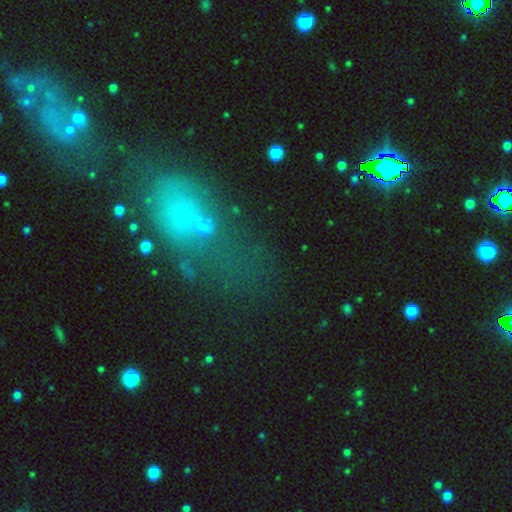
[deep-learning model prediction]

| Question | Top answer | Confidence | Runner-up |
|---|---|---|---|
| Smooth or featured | smooth | 43% | star or artifact (30%) |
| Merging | none | 42% | major disturbance (25%) |